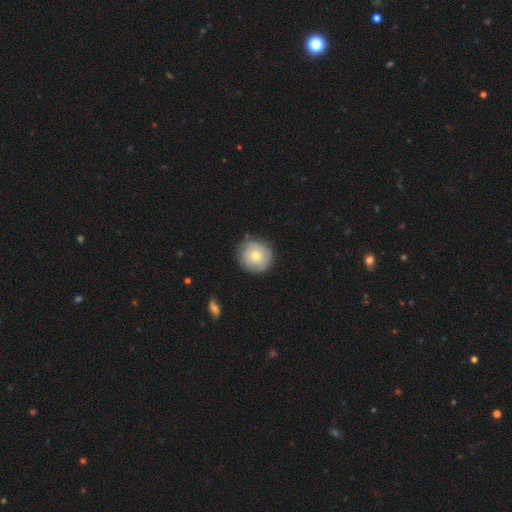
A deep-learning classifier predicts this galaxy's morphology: A smooth galaxy with no disk features (63%) that is round (93%). Merging: none (81%).